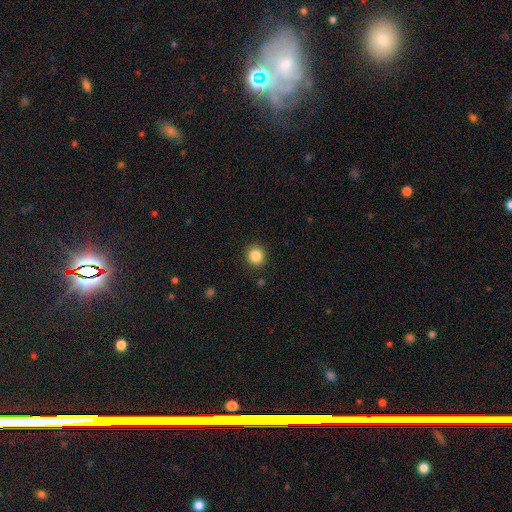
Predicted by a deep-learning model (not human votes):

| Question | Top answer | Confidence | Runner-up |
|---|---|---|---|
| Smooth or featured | smooth | 86% | star or artifact (10%) |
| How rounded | round | 89% | in between (10%) |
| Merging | none | 91% | minor disturbance (6%) |